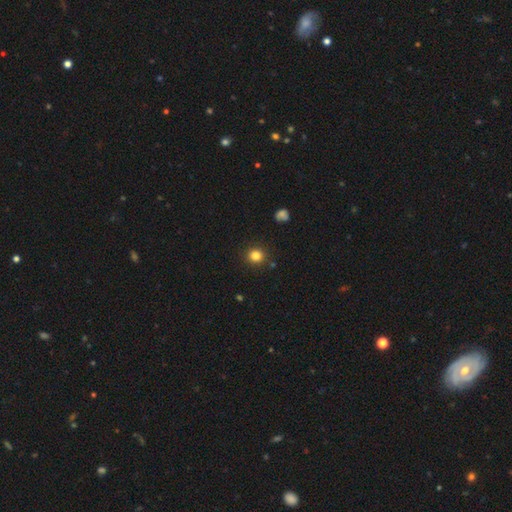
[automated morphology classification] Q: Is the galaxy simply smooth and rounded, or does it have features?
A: smooth — 82%.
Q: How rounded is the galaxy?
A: round — 89%.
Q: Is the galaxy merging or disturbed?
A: none — 89%.